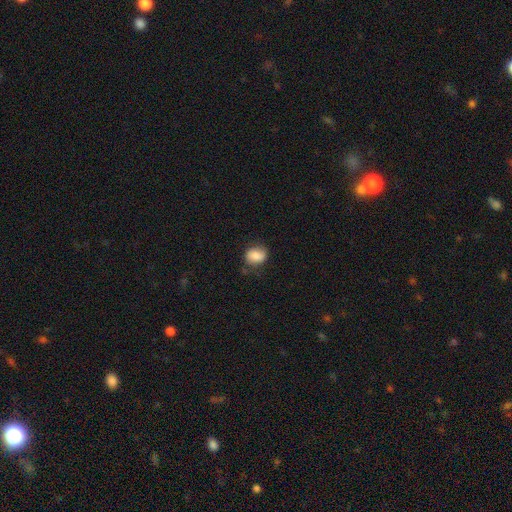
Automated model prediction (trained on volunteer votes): Morphology: type=smooth (78%); roundness=in between (53%); merging=none (65%).